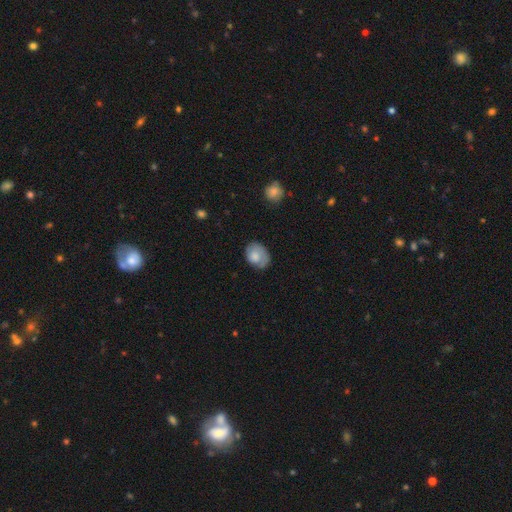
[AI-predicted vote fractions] smooth_or_featured: smooth (p=0.71) [alt: featured or disk p=0.22]
how_rounded: in between (p=0.63) [alt: round p=0.36]
merging: none (p=0.59) [alt: minor disturbance p=0.29]